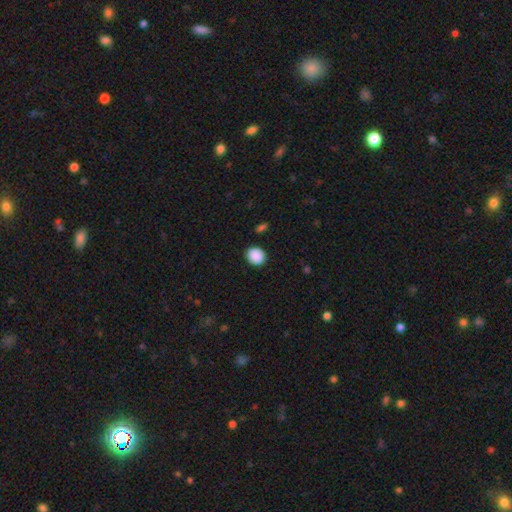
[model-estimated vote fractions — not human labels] smooth_or_featured: smooth (p=0.90) [alt: star or artifact p=0.08]
how_rounded: round (p=0.72) [alt: in between p=0.27]
merging: none (p=0.89) [alt: minor disturbance p=0.08]